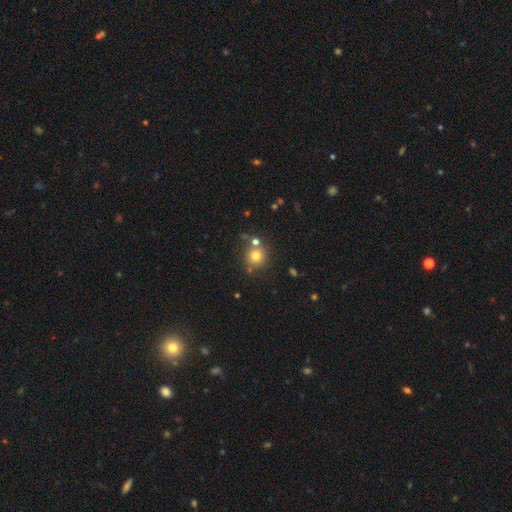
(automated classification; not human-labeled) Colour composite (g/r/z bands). It shows a smooth galaxy with no disk features (76%) that is round (90%). Merging: none (69%).